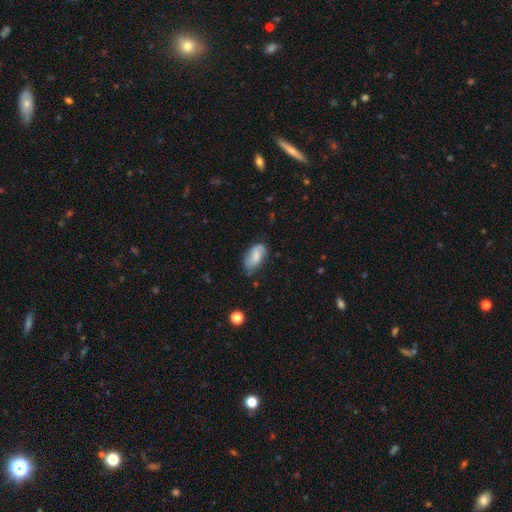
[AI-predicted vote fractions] Smooth or featured? Predicted: smooth (p=0.67). How rounded? Predicted: in between (p=0.92). Merging? Predicted: none (p=0.51).